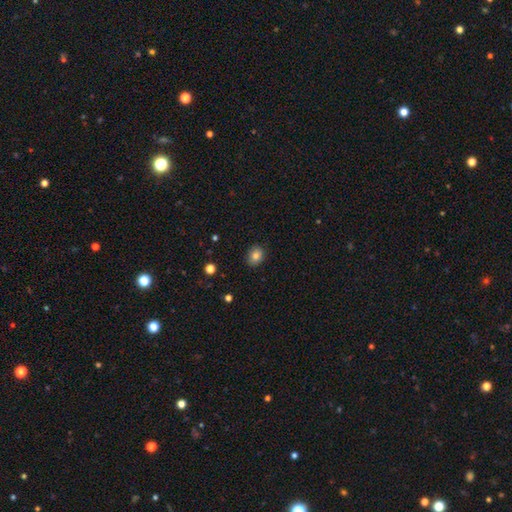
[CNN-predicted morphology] A smooth galaxy with no disk features (82%) that is round (51%).

Vote fractions:
- Smooth or featured? smooth: 82% / star or artifact: 10% / featured or disk: 8%
- How rounded? round: 51% / in between: 48% / cigar-shaped: 1%
- Merging? none: 87% / minor disturbance: 10% / major disturbance: 2% / merger: 1%